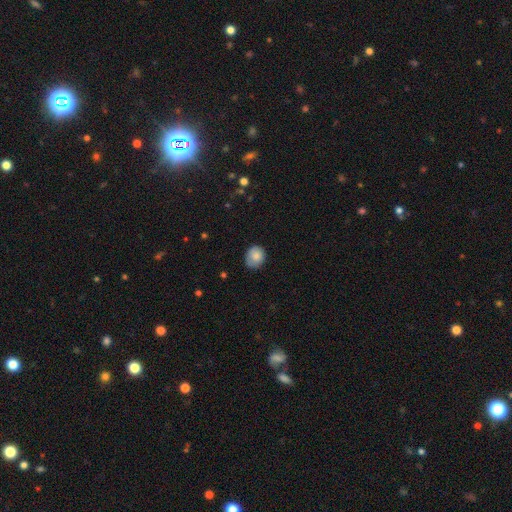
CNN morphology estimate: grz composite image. It shows a smooth galaxy with no disk features (83%) that is round (70%). Merging: none (72%).